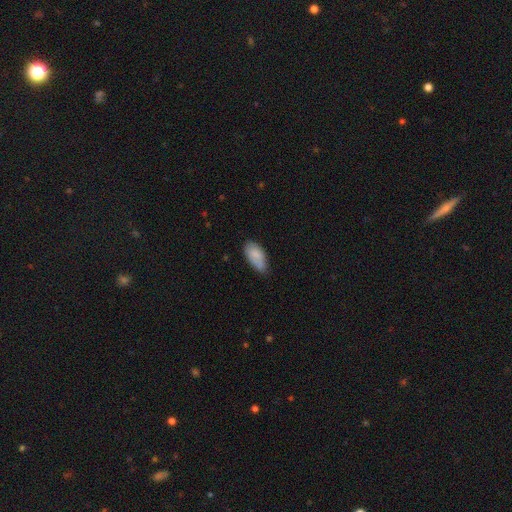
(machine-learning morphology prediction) A smooth galaxy with no disk features (83%) that is in between round and cigar-shaped (91%).

Vote fractions:
- Smooth or featured? smooth: 83% / featured or disk: 10% / star or artifact: 7%
- How rounded? in between: 91% / cigar-shaped: 7% / round: 2%
- Merging? none: 65% / minor disturbance: 29% / major disturbance: 5% / merger: 2%